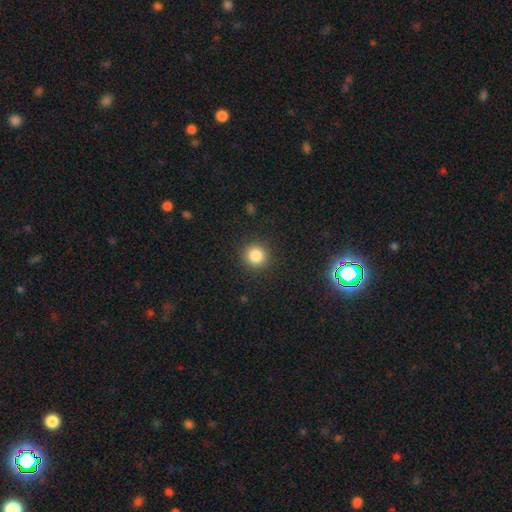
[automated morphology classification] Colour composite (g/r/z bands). It shows a smooth galaxy with no disk features (83%) that is round (93%). Merging: none (90%).